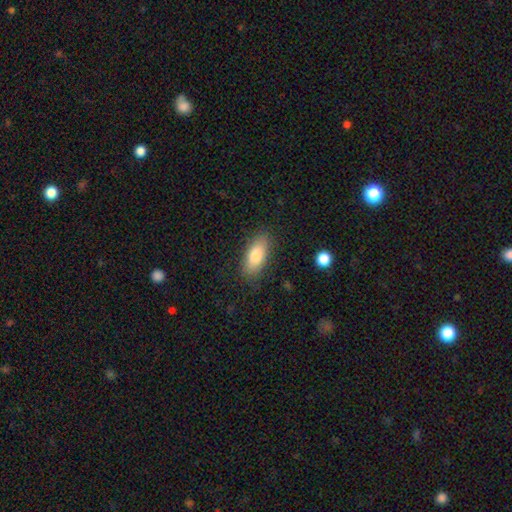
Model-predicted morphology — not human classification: Q: Smooth or featured?
A: smooth (81%); runner-up: featured or disk (12%)
Q: How rounded?
A: in between (83%); runner-up: cigar-shaped (14%)
Q: Merging?
A: none (85%); runner-up: minor disturbance (11%)